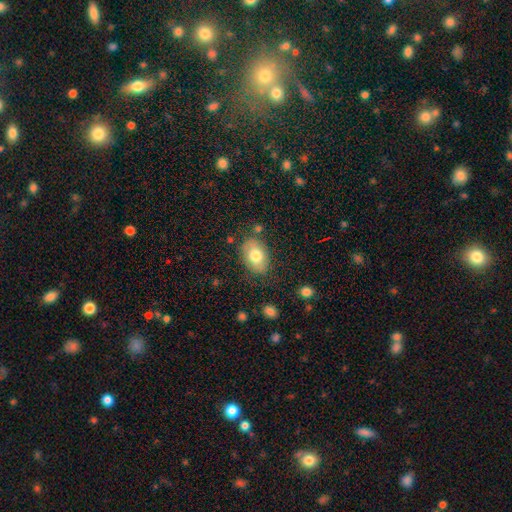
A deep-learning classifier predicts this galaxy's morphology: Overall: smooth (75%). How rounded: in between (83%). Merging: none (75%).